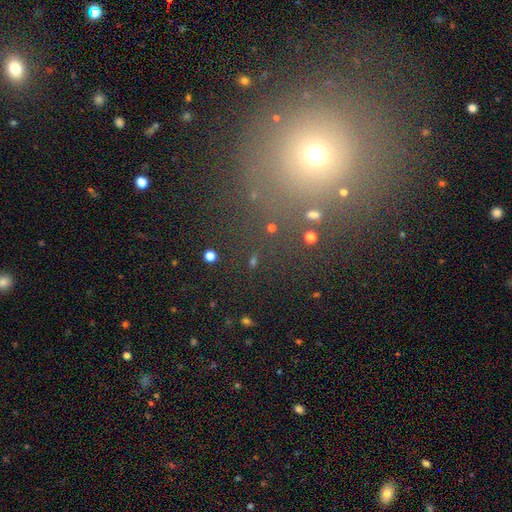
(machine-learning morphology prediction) smooth 51%, star or artifact 38%, featured or disk 11%. Down the decision tree: how rounded — round (87%); merging — none (82%).